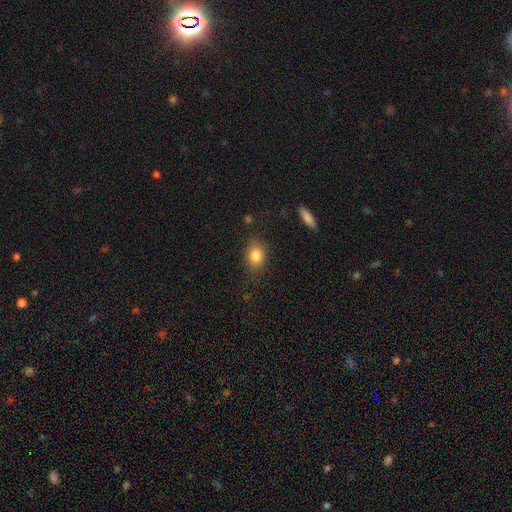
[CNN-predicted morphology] Smooth or featured? Predicted: smooth (p=0.83). How rounded? Predicted: in between (p=0.61). Merging? Predicted: none (p=0.82).